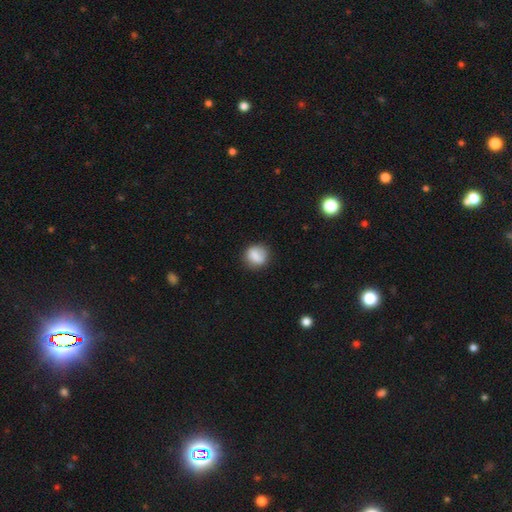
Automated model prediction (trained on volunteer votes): Smooth or featured? Predicted: smooth (p=0.80). How rounded? Predicted: round (p=0.72). Merging? Predicted: none (p=0.77).